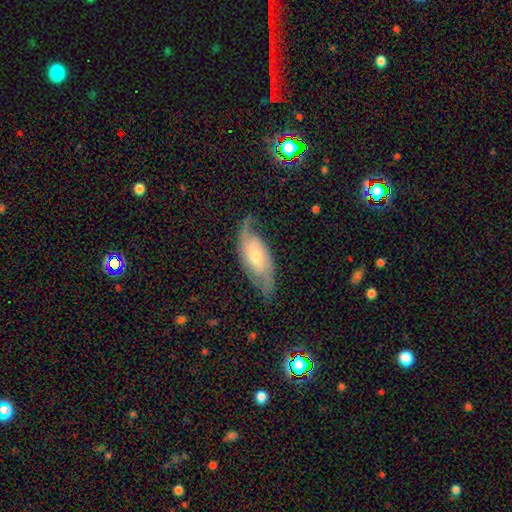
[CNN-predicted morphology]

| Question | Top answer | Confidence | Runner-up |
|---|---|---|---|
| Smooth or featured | featured or disk | 77% | smooth (17%) |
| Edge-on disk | no | 89% | yes (11%) |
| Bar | no | 60% | weak (32%) |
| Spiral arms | yes | 94% | no (6%) |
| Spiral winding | medium | 41% | loose (33%) |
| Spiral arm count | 2 | 79% | can't tell (11%) |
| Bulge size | moderate | 60% | small (31%) |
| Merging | none | 69% | minor disturbance (20%) |